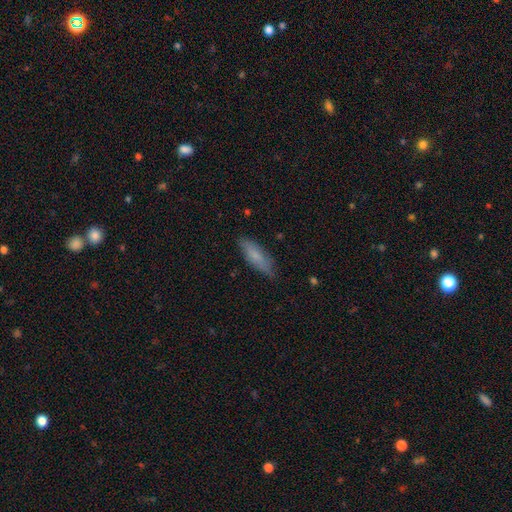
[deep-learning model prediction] This appears to be a smooth galaxy with no disk features (78%) that is cigar-shaped (52%). Merging: none (80%).